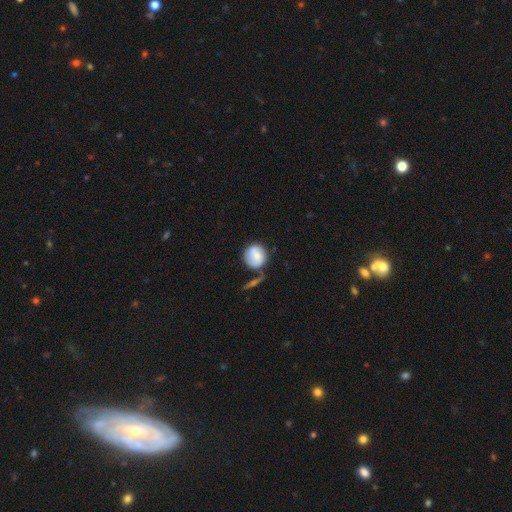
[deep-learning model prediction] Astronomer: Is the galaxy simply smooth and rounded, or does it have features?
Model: smooth — 71%.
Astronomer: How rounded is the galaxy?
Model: round — 83%.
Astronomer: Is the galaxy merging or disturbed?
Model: none — 48%.